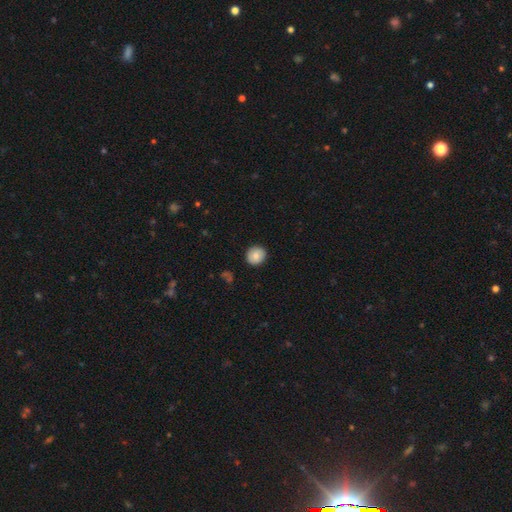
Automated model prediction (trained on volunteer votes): smooth-or-featured: smooth: 80% | featured or disk: 13% | star or artifact: 8%
  how-rounded: round: 88% | in between: 11% | cigar-shaped: 1%
  merging: none: 89% | minor disturbance: 9% | major disturbance: 2% | merger: 1%